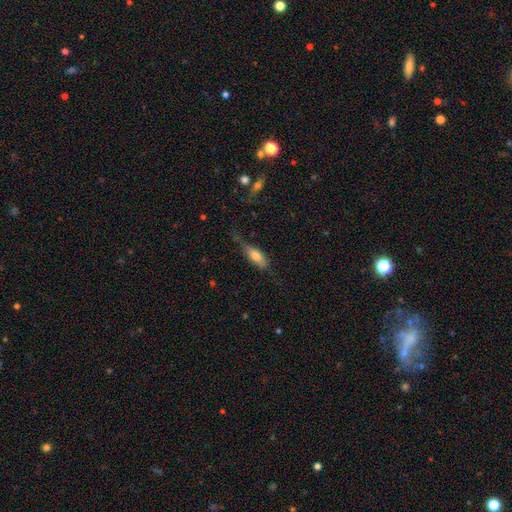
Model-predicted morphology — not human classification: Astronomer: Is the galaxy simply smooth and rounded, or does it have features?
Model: smooth — 71%.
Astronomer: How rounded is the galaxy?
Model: in between — 67%.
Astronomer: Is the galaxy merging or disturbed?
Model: none — 44% (runner-up: minor disturbance, 34%).